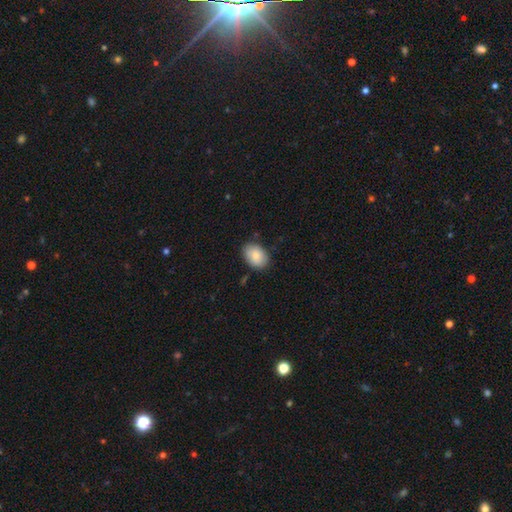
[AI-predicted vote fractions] Smooth or featured?
  - smooth: 84% *
  - featured or disk: 10%
  - star or artifact: 7%
How rounded?
  - in between: 79% *
  - round: 20%
  - cigar-shaped: 1%
Merging?
  - none: 81% *
  - minor disturbance: 14%
  - major disturbance: 3%
  - merger: 1%